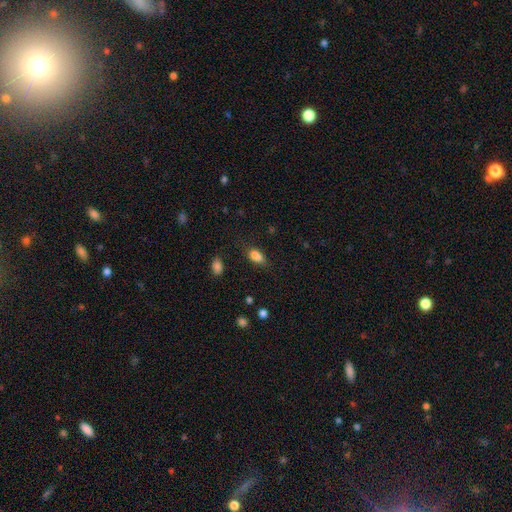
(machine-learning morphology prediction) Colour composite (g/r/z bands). It shows a smooth galaxy with no disk features (84%) that is in between round and cigar-shaped (86%). Merging: none (65%).